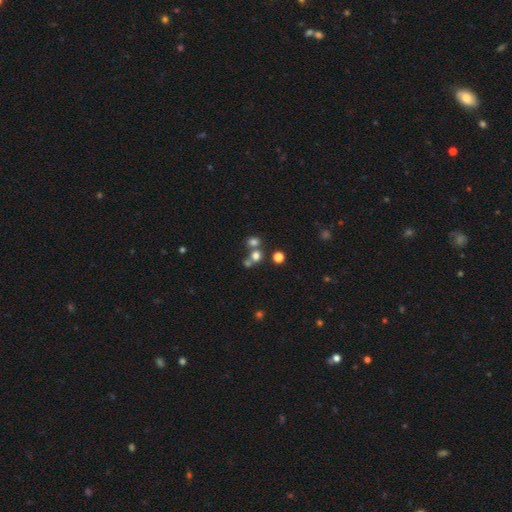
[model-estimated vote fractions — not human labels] Overall: smooth (68%). How rounded: round (81%). Merging: none (50%; merger 39%).